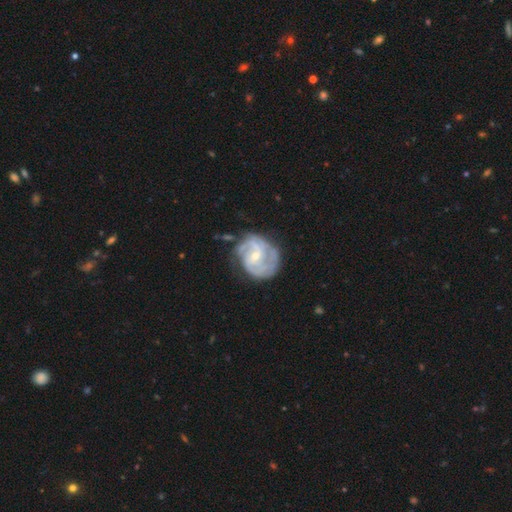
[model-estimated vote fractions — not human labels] smooth_or_featured: featured or disk (p=0.86) [alt: smooth p=0.10]
disk_edge_on: no (p=0.98) [alt: yes p=0.02]
bar: no (p=0.46) [alt: weak p=0.44]
has_spiral_arms: yes (p=0.95) [alt: no p=0.05]
spiral_winding: tight (p=0.51) [alt: medium p=0.39]
spiral_arm_count: 2 (p=0.37) [alt: 3 p=0.26]
bulge_size: small (p=0.60) [alt: moderate p=0.36]
merging: none (p=0.61) [alt: minor disturbance p=0.24]